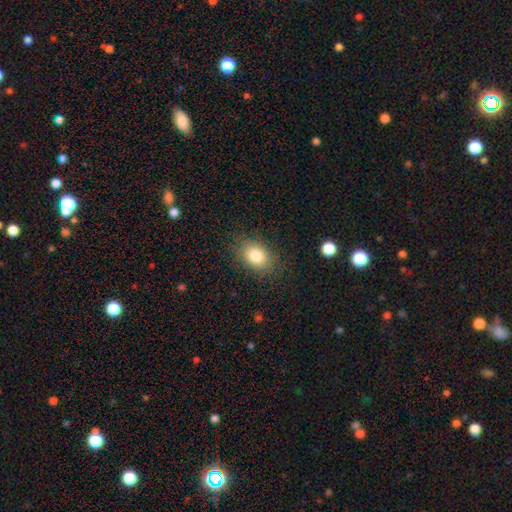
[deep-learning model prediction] This is clearly a smooth galaxy (80%). How rounded: likely in between (74%). Merging: clearly none (83%).